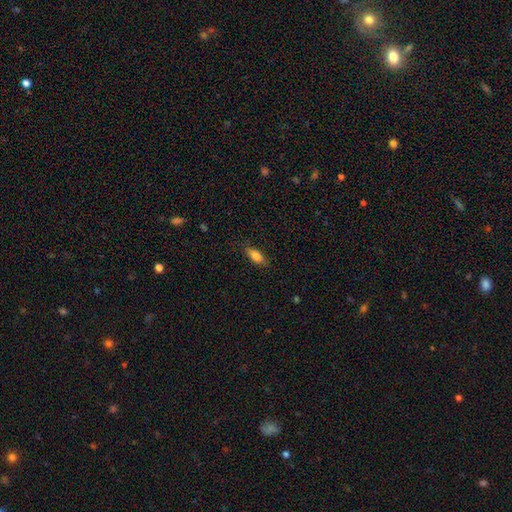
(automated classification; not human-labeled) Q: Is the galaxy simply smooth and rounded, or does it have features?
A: smooth — 81%.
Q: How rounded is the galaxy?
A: in between — 77%.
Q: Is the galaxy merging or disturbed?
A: none — 83%.